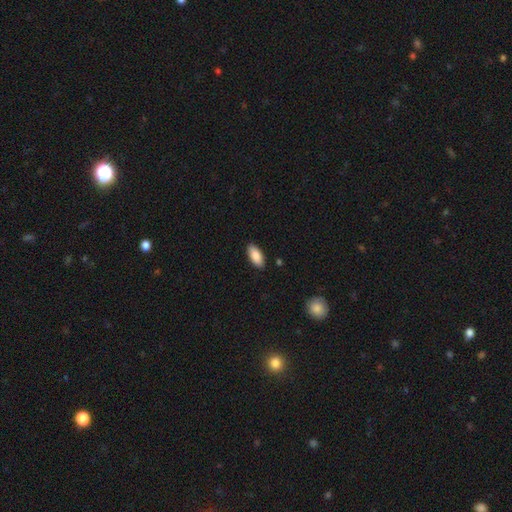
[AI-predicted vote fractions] Q: Smooth or featured?
A: smooth (88%); runner-up: star or artifact (6%)
Q: How rounded?
A: in between (90%); runner-up: cigar-shaped (8%)
Q: Merging?
A: none (88%); runner-up: minor disturbance (9%)